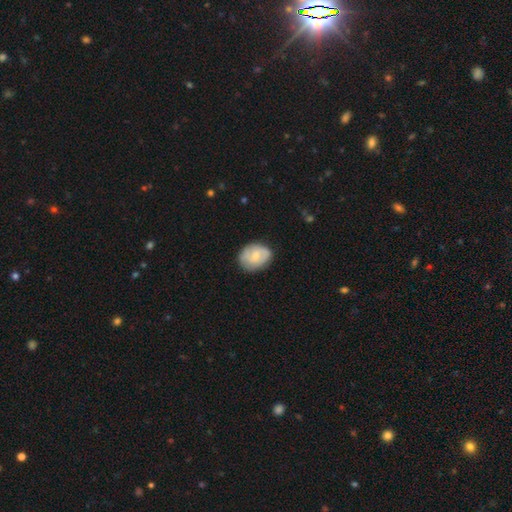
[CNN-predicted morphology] smooth 57%, featured or disk 37%, star or artifact 6%. Down the decision tree: how rounded — in between (56%); merging — none (74%).